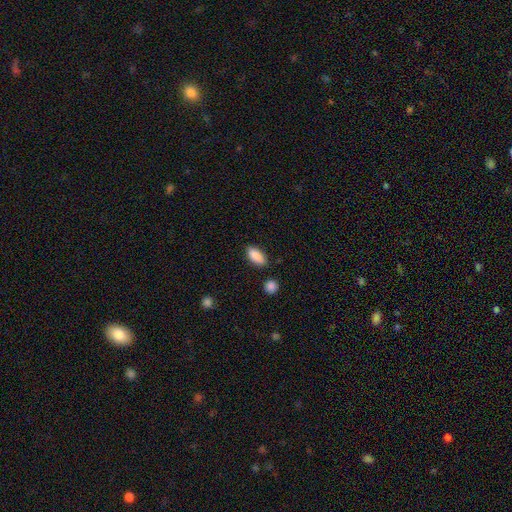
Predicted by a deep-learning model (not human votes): A smooth galaxy with no disk features (89%) that is in between round and cigar-shaped (90%). Merging: none (82%).